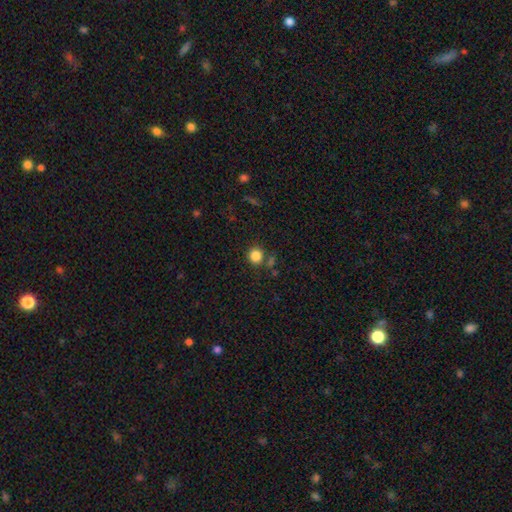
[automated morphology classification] Q: Smooth or featured?
A: smooth (84%); runner-up: star or artifact (11%)
Q: How rounded?
A: round (89%); runner-up: in between (10%)
Q: Merging?
A: none (78%); runner-up: merger (9%)